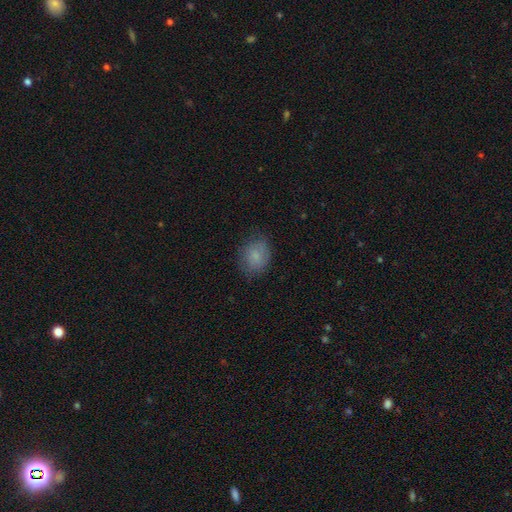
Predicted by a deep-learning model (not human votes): Morphology: type=smooth (81%); roundness=round (56%); merging=none (74%).